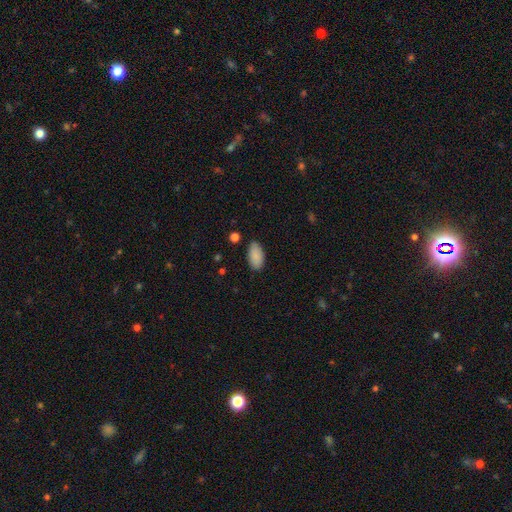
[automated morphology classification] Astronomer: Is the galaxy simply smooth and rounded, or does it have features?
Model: smooth — 89%.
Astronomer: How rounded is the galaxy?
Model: in between — 94%.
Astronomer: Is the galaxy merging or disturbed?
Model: none — 82%.